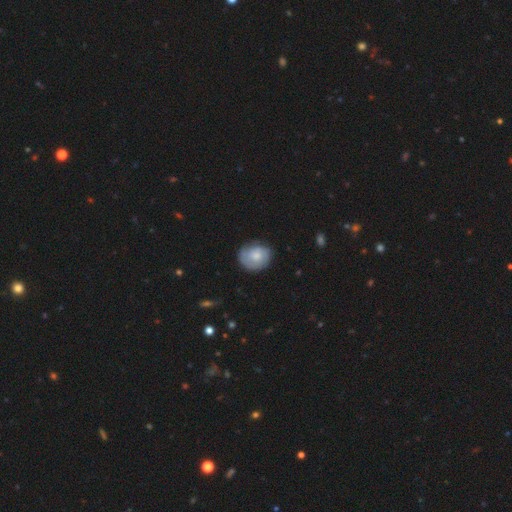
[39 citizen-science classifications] A smooth galaxy with no disk features (67%) that is round (85%). Merging: none (71%).